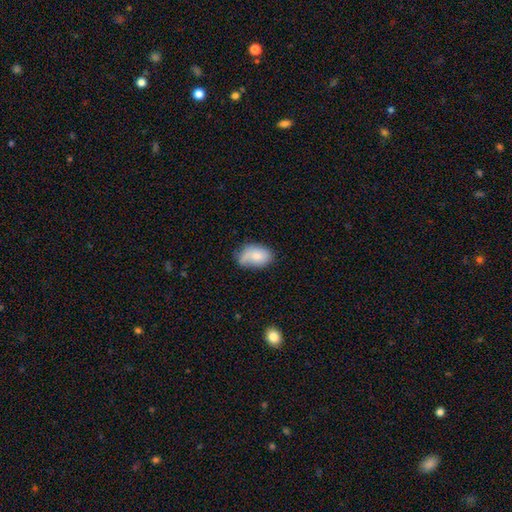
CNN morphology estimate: Overall: smooth (75%). How rounded: in between (85%). Merging: none (49%; minor disturbance 35%).